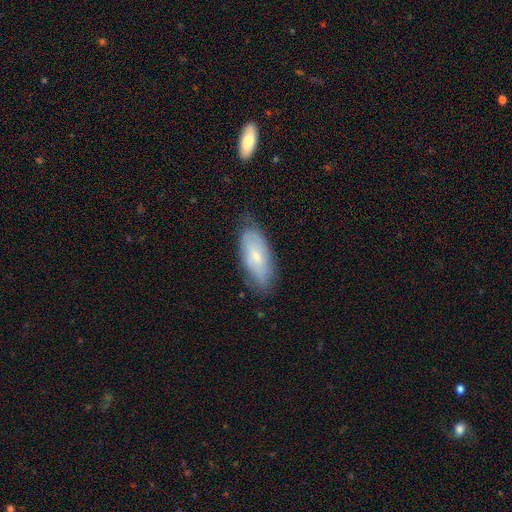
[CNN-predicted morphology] A smooth galaxy with no disk features (50%). Merging: none (68%).